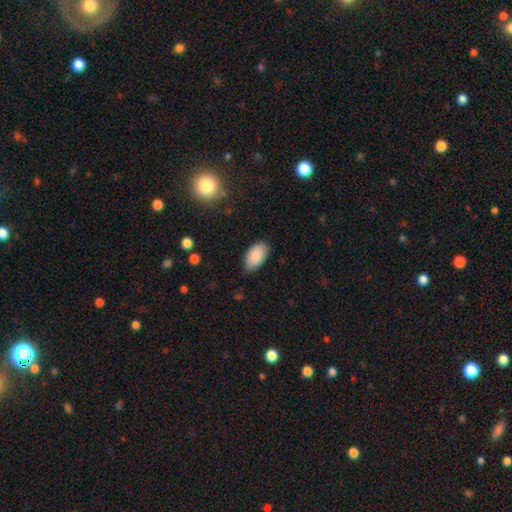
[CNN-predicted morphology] This appears to be a smooth galaxy with no disk features (88%) that is in between round and cigar-shaped (95%). Merging: none (82%).